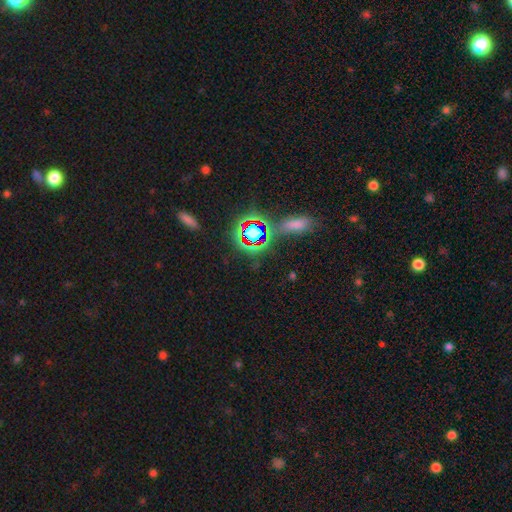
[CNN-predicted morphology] smooth_or_featured: star or artifact (p=0.71) [alt: smooth p=0.18]